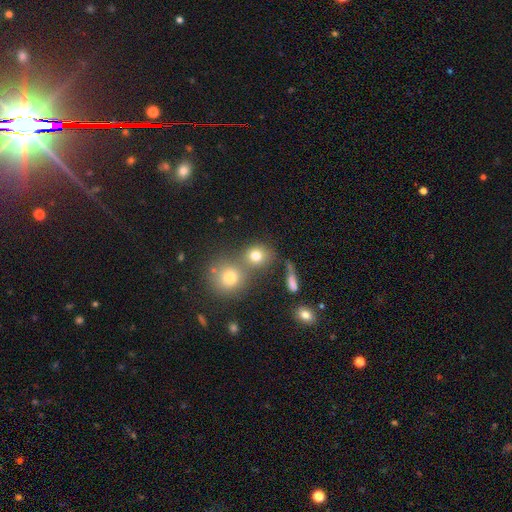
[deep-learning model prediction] This is likely a smooth galaxy (75%). How rounded: clearly round (81%). Merging: possibly none (52%).